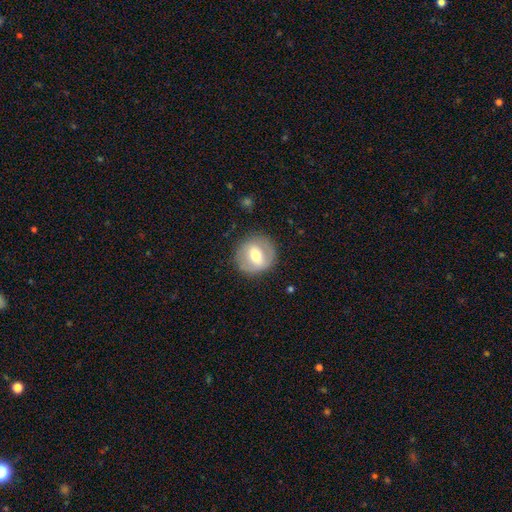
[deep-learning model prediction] Morphology: type=smooth (49%); merging=none (84%).